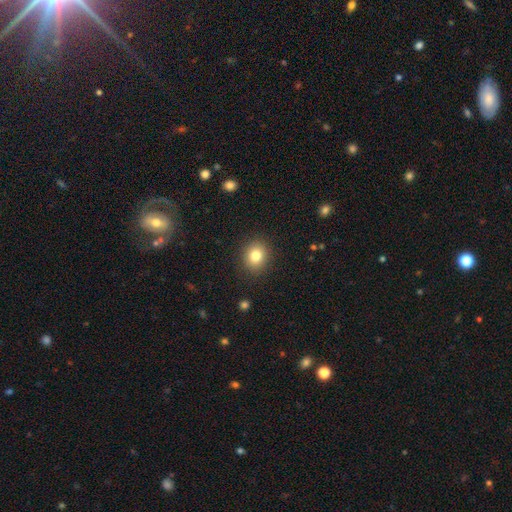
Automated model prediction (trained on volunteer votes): Smooth or featured? Predicted: smooth (p=0.82). How rounded? Predicted: round (p=0.69). Merging? Predicted: none (p=0.89).